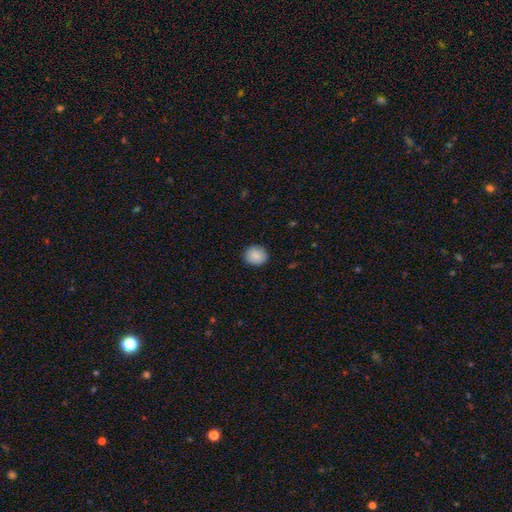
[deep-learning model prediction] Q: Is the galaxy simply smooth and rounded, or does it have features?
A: smooth — 88%.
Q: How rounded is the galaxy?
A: round — 74%.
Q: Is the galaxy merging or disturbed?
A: none — 89%.